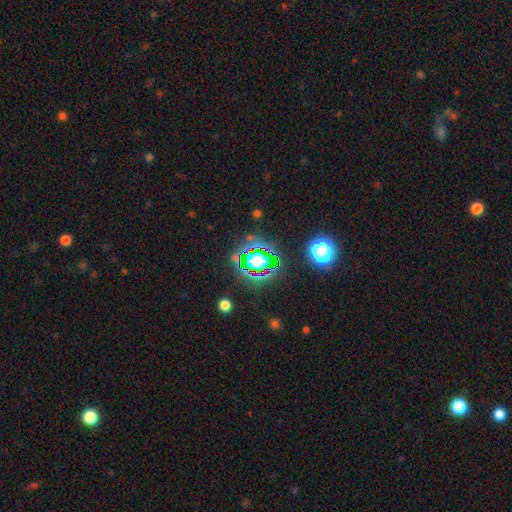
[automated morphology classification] Smooth or featured? Predicted: star or artifact (p=0.79).